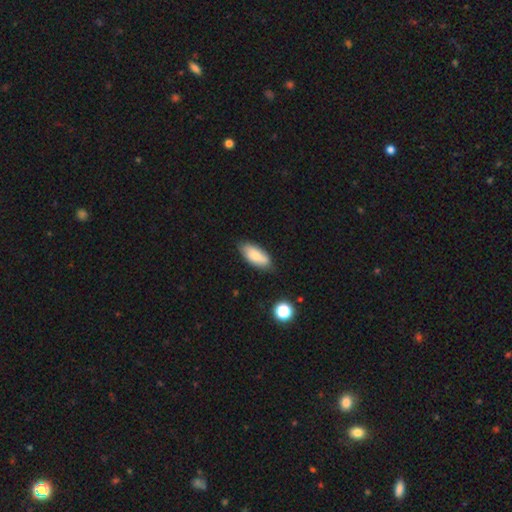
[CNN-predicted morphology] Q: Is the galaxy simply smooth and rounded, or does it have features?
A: smooth — 81%.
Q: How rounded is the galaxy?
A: in between — 84%.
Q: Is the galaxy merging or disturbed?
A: none — 78%.